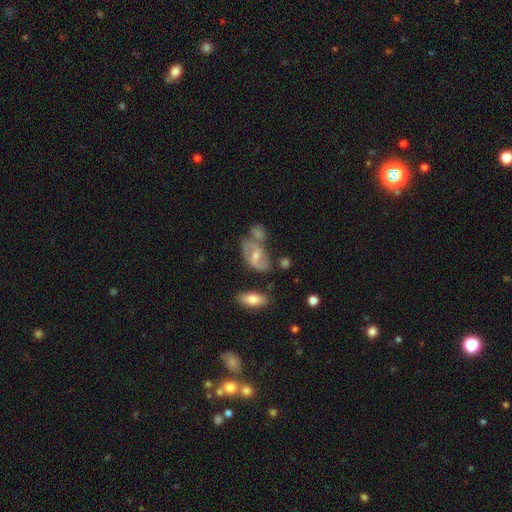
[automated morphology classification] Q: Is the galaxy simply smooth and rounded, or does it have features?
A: featured or disk — 59%.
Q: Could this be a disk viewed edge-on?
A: no — 94%.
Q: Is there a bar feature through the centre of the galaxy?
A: weak — 44%.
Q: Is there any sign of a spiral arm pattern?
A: yes — 75%.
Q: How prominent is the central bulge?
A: moderate — 56%.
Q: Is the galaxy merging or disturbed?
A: none — 50%.